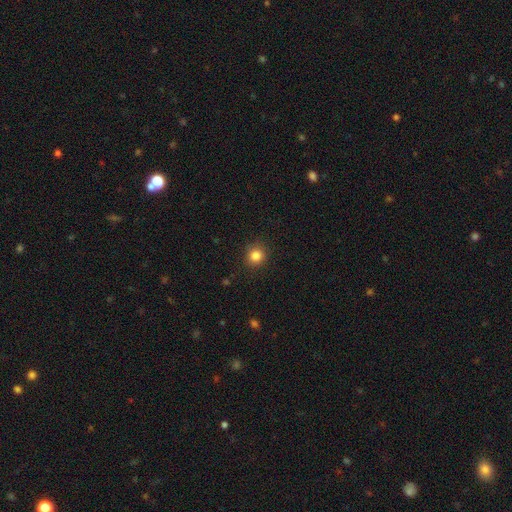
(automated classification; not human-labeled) smooth-or-featured: smooth: 84% | star or artifact: 12% | featured or disk: 5%
  how-rounded: round: 90% | in between: 9% | cigar-shaped: 1%
  merging: none: 89% | minor disturbance: 8% | major disturbance: 2% | merger: 1%